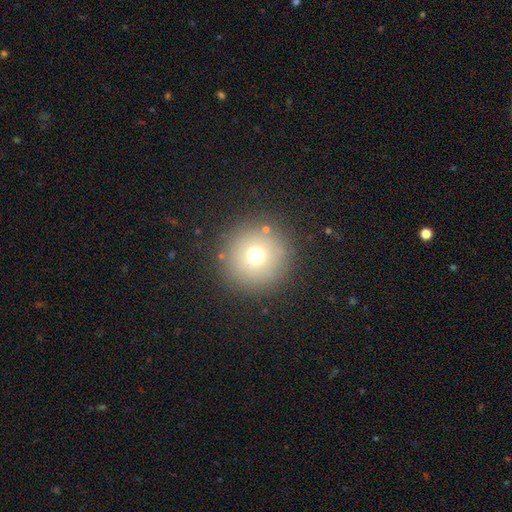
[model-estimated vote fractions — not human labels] Morphology: type=smooth (69%); roundness=round (96%); merging=none (87%).